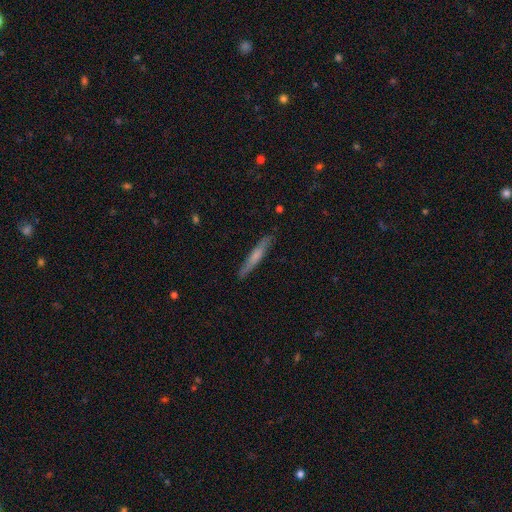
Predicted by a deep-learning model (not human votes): Smooth or featured? smooth (55%)
How rounded? cigar-shaped (94%)
Merging? none (86%)